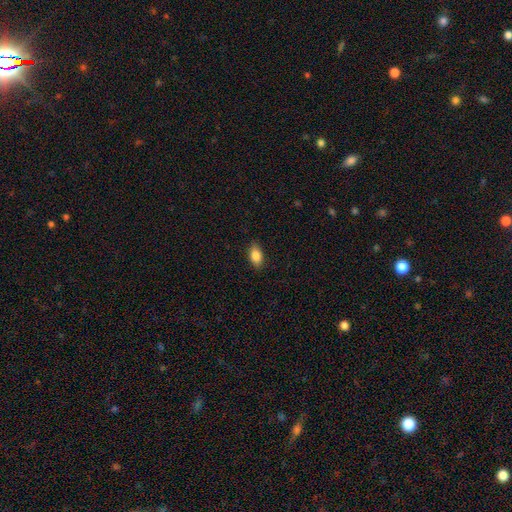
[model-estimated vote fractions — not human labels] A smooth galaxy with no disk features (86%) that is in between round and cigar-shaped (89%). Merging: none (87%).